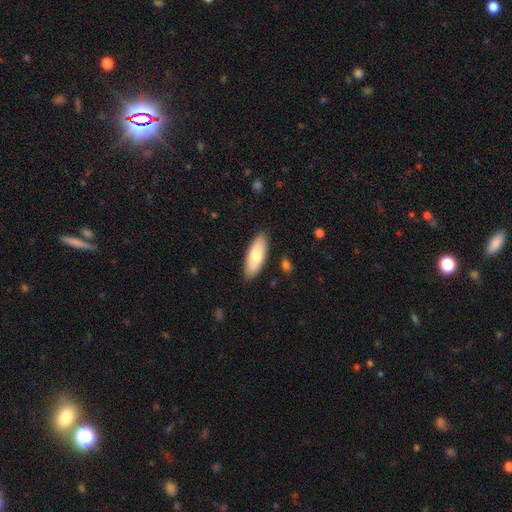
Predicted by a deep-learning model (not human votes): This is likely a smooth galaxy (74%). How rounded: likely in between (76%). Merging: clearly none (88%).